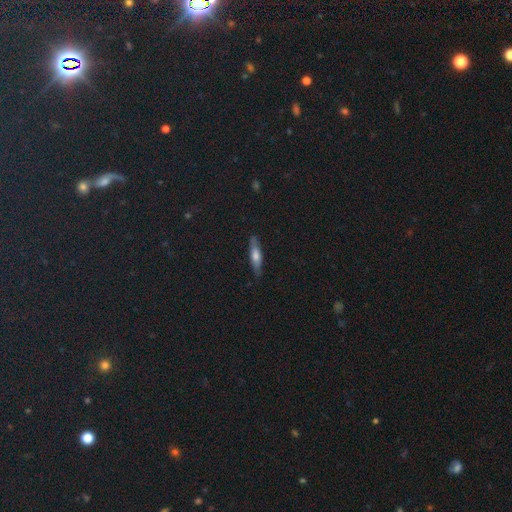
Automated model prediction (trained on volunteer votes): Morphology: type=smooth (53%); roundness=cigar-shaped (73%); merging=none (84%).